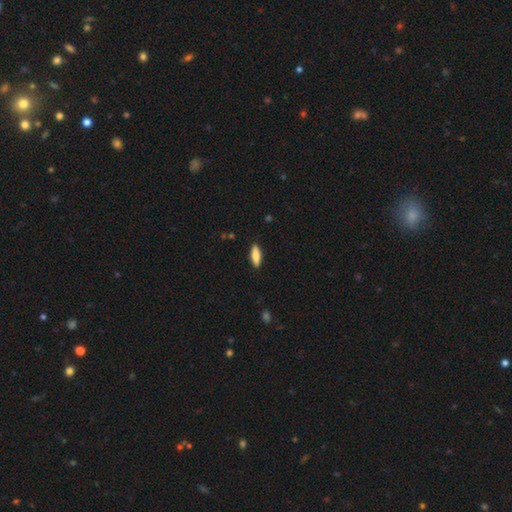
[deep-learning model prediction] A smooth galaxy with no disk features (79%) that is in between round and cigar-shaped (50%). Merging: none (88%).